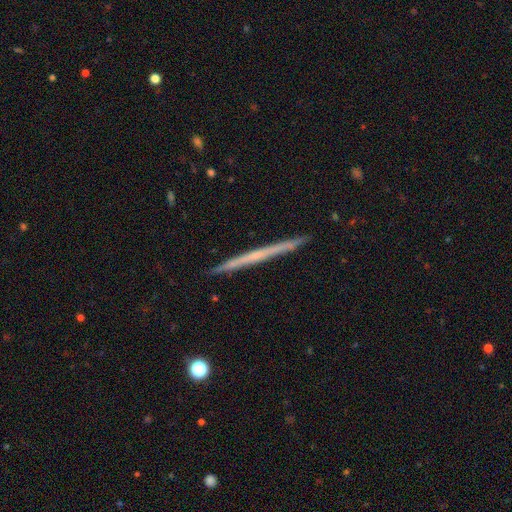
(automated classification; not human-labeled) Smooth or featured?
  - featured or disk: 62% *
  - smooth: 32%
  - star or artifact: 6%
Edge-on disk?
  - yes: 98% *
  - no: 2%
Edge-on bulge?
  - none: 82% *
  - rounded: 14%
  - boxy: 4%
Merging?
  - none: 92% *
  - minor disturbance: 6%
  - merger: 1%
  - major disturbance: 1%